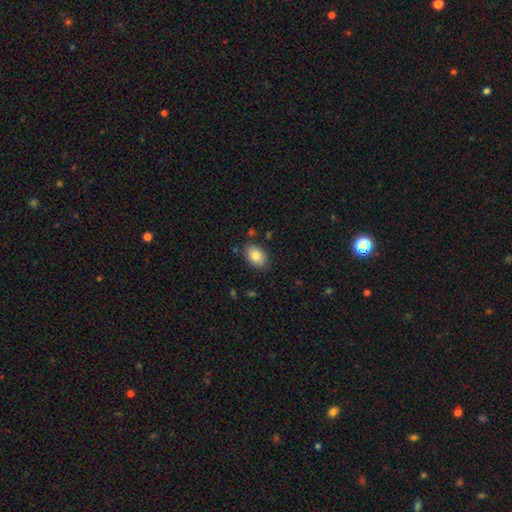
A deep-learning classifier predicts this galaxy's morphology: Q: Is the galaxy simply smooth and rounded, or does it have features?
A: smooth — 82%.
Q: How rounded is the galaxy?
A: in between — 82%.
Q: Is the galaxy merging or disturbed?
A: none — 85%.